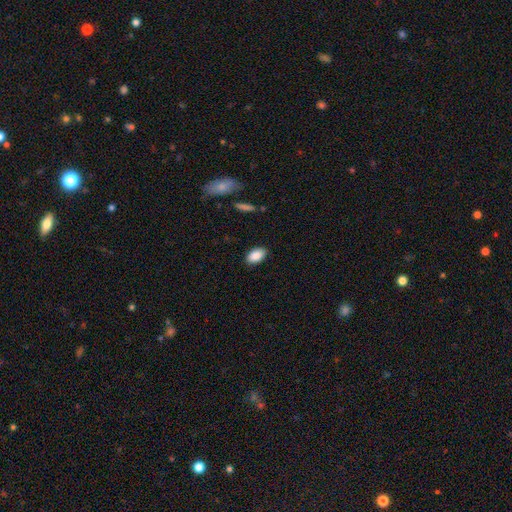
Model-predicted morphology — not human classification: smooth_or_featured: smooth (p=0.88) [alt: star or artifact p=0.07]
how_rounded: in between (p=0.92) [alt: round p=0.06]
merging: none (p=0.87) [alt: minor disturbance p=0.10]